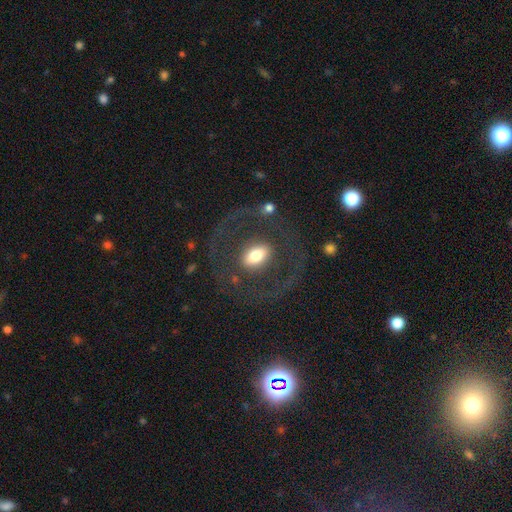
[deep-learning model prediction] This is possibly a featured or disk galaxy (49%). Merging: likely none (69%).